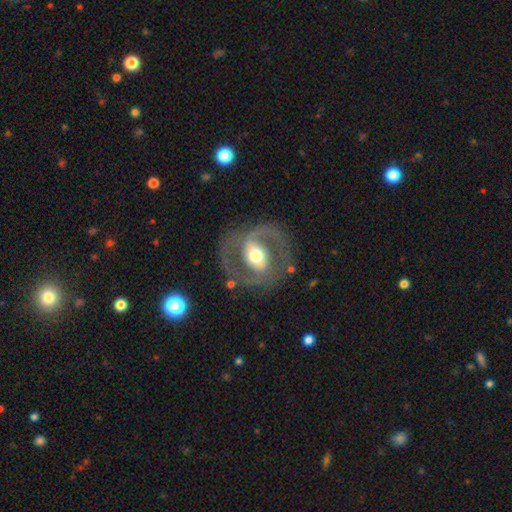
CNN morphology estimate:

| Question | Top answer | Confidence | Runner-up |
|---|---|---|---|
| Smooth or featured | featured or disk | 78% | smooth (17%) |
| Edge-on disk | no | 96% | yes (4%) |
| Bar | strong | 37% | weak (33%) |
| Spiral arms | yes | 70% | no (30%) |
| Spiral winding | medium | 51% | tight (27%) |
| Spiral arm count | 2 | 86% | can't tell (6%) |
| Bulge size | moderate | 62% | large (25%) |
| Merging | none | 77% | minor disturbance (12%) |